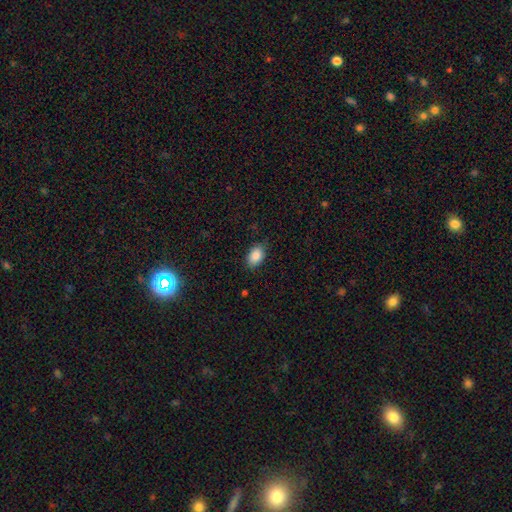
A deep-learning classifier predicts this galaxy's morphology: The model was most divided on "merging": none: 81%, minor disturbance: 15%, major disturbance: 3%, merger: 1%. More confident: smooth or featured — smooth (87%); how rounded — in between (84%).